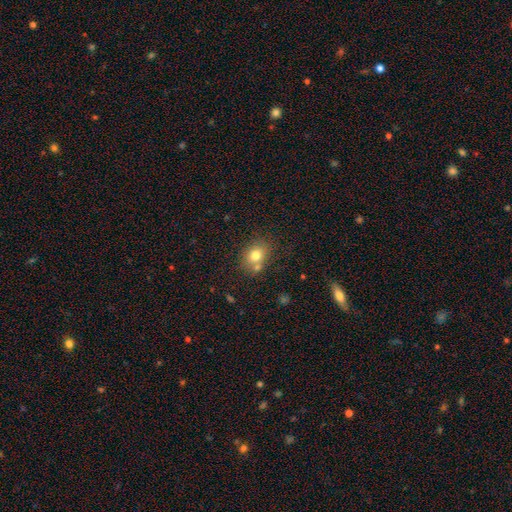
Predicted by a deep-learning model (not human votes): Smooth or featured? Predicted: smooth (p=0.76). How rounded? Predicted: round (p=0.53). Merging? Predicted: none (p=0.63).